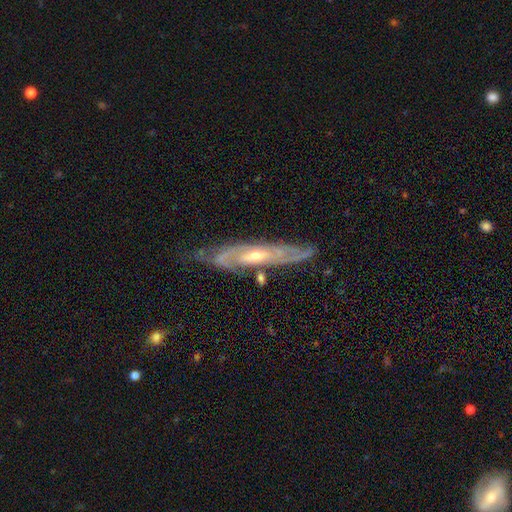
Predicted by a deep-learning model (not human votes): Smooth or featured? Predicted: featured or disk (p=0.85). Edge-on disk? Predicted: no (p=0.71). Bar? Predicted: no (p=0.55). Spiral arms? Predicted: yes (p=0.94). Spiral winding? Predicted: tight (p=0.59). Spiral arm count? Predicted: 2 (p=0.43). Bulge size? Predicted: small (p=0.56). Merging? Predicted: none (p=0.70).